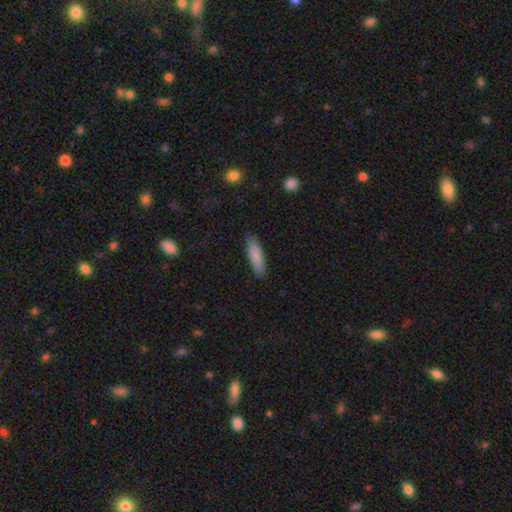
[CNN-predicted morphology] smooth 86%, featured or disk 8%, star or artifact 6%. Down the decision tree: how rounded — cigar-shaped (69%); merging — none (89%).